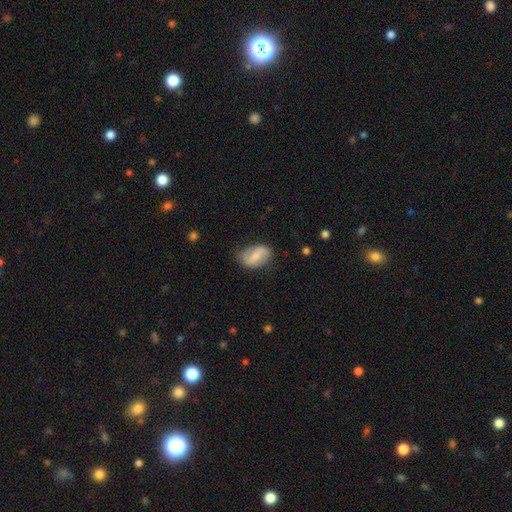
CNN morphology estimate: type=featured or disk (52%); edge-on=no (96%); bar=weak (45%); spiral arms=yes (80%); bulge=small (48%); merging=none (70%).